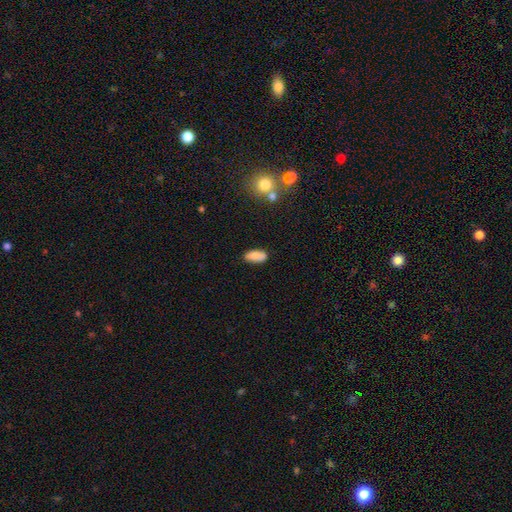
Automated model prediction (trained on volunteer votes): Smooth or featured? Predicted: smooth (p=0.80). How rounded? Predicted: in between (p=0.90). Merging? Predicted: none (p=0.73).